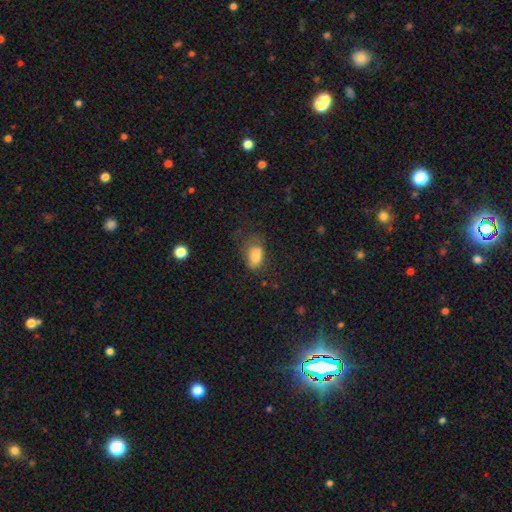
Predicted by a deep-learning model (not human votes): A smooth galaxy with no disk features (80%) that is in between round and cigar-shaped (89%). Merging: none (46%).